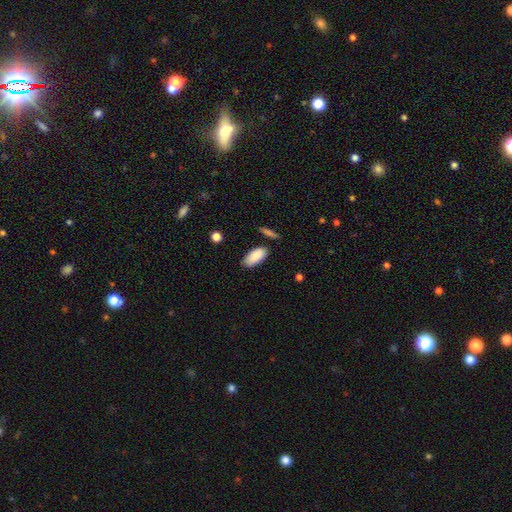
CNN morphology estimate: Smooth or featured? smooth (88%)
How rounded? in between (90%)
Merging? none (81%)